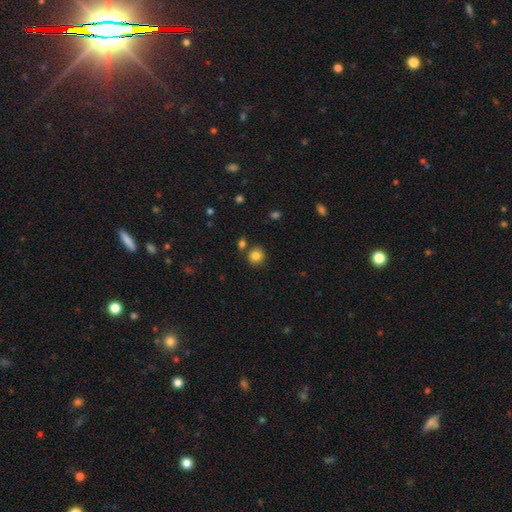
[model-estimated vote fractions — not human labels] Q: Smooth or featured?
A: smooth (84%); runner-up: star or artifact (10%)
Q: How rounded?
A: round (89%); runner-up: in between (10%)
Q: Merging?
A: none (79%); runner-up: merger (10%)